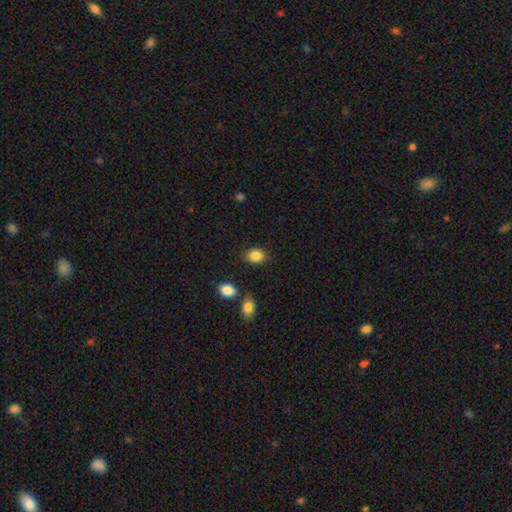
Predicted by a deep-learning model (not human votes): The model was most divided on "how rounded": in between: 75%, round: 24%, cigar-shaped: 1%. More confident: smooth or featured — smooth (86%); merging — none (83%).